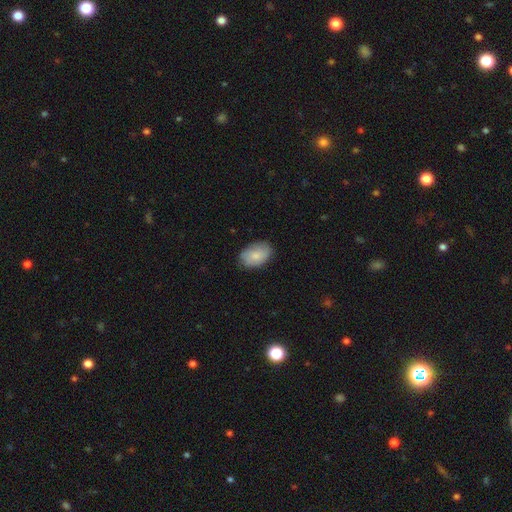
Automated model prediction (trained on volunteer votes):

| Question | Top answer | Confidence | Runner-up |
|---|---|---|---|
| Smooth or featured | smooth | 79% | featured or disk (15%) |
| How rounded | in between | 89% | round (10%) |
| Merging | none | 79% | minor disturbance (17%) |